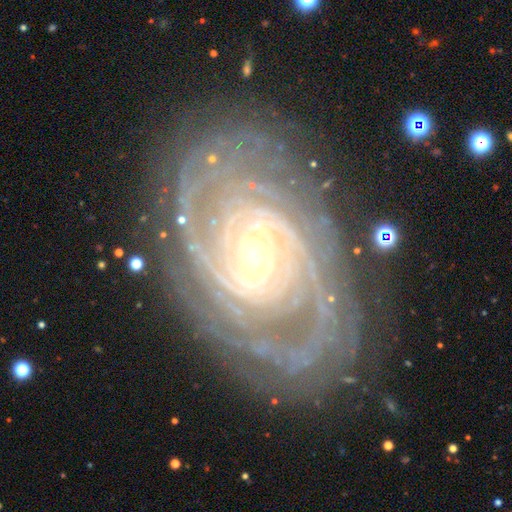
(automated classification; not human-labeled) The model was most divided on "spiral arm count" (2-way tie): 2: 22%, can't tell: 22%, 3: 17%, 4: 17%, more than 4: 15%, 1: 8%. More confident: spiral arms — yes (98%); edge-on disk — no (97%); smooth or featured — featured or disk (91%); spiral winding — tight (82%); merging — none (80%); bulge size — small (61%); bar — no (61%).